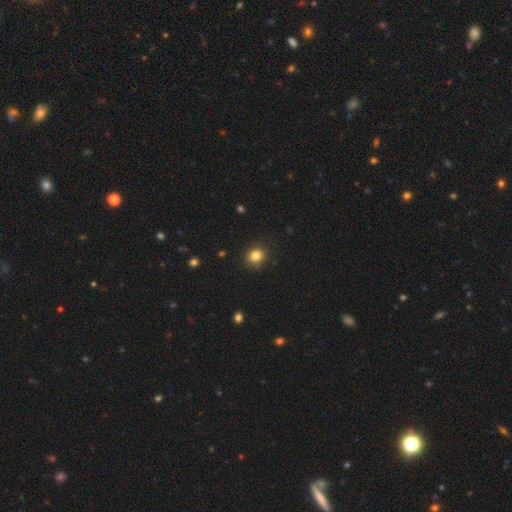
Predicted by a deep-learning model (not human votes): Morphology: type=smooth (84%); roundness=round (78%); merging=none (87%).